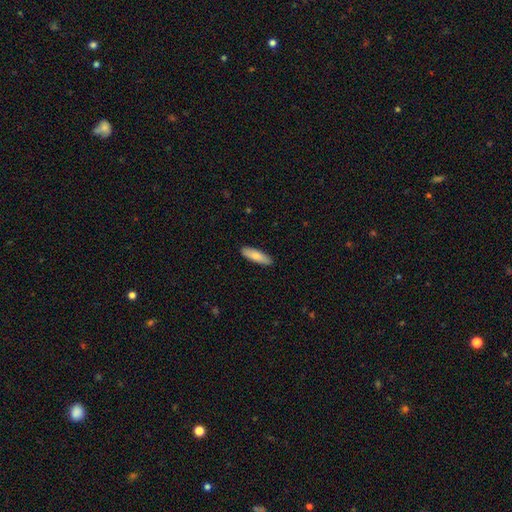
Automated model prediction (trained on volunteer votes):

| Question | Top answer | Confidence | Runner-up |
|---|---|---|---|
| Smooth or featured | smooth | 80% | featured or disk (14%) |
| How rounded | cigar-shaped | 58% | in between (40%) |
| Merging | none | 90% | minor disturbance (8%) |